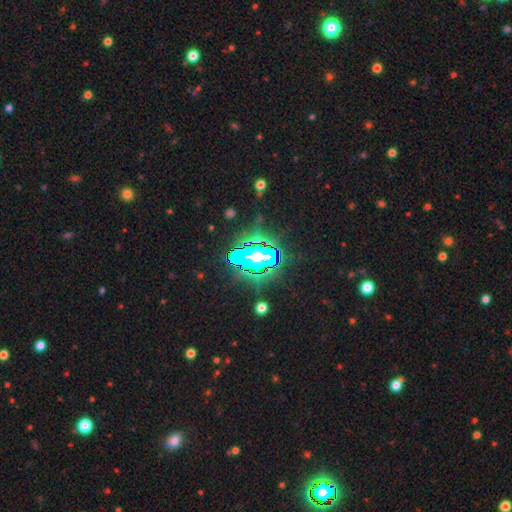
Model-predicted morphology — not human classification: type=star or artifact (64%).